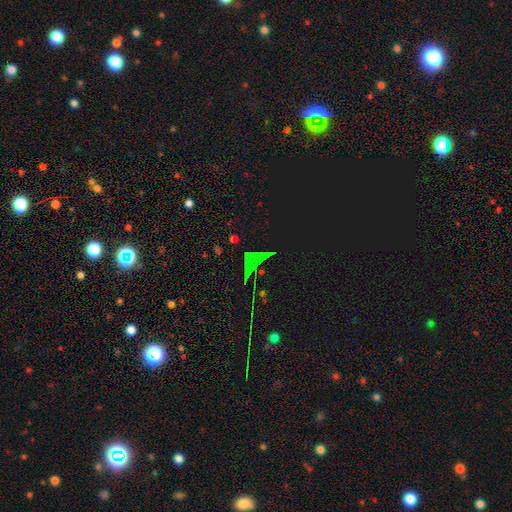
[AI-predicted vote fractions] Smooth or featured? Predicted: star or artifact (p=0.74).